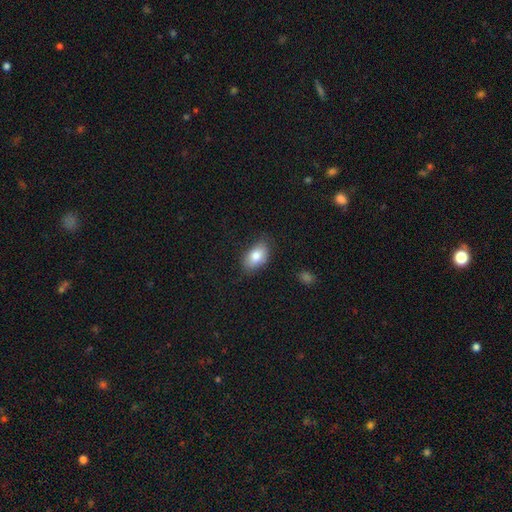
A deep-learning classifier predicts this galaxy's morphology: A smooth galaxy with no disk features (82%) that is in between round and cigar-shaped (91%).

Vote fractions:
- Smooth or featured? smooth: 82% / featured or disk: 11% / star or artifact: 7%
- How rounded? in between: 91% / round: 7% / cigar-shaped: 2%
- Merging? none: 78% / minor disturbance: 17% / major disturbance: 4% / merger: 1%